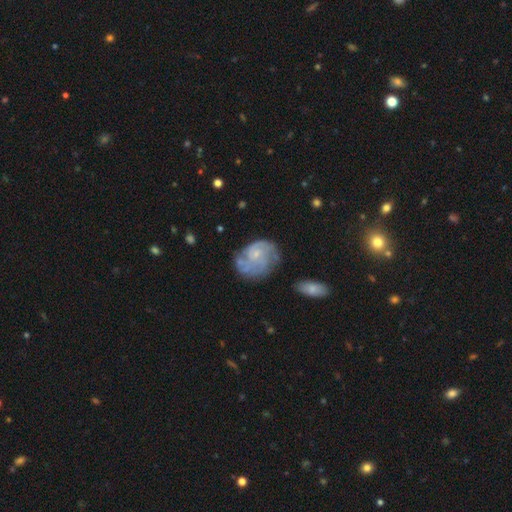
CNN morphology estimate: Q: Smooth or featured?
A: featured or disk (69%); runner-up: smooth (23%)
Q: Edge-on disk?
A: no (98%); runner-up: yes (2%)
Q: Bar?
A: no (77%); runner-up: weak (20%)
Q: Spiral arms?
A: yes (83%); runner-up: no (17%)
Q: Spiral winding?
A: tight (52%); runner-up: medium (34%)
Q: Spiral arm count?
A: can't tell (41%); runner-up: 2 (24%)
Q: Bulge size?
A: small (73%); runner-up: moderate (16%)
Q: Merging?
A: none (53%); runner-up: minor disturbance (25%)